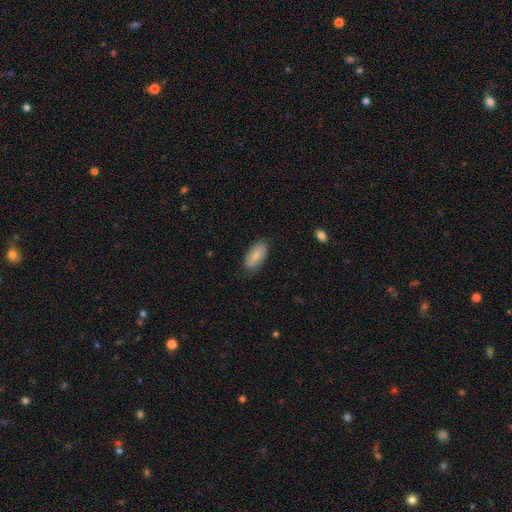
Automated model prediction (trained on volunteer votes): Overall: smooth (81%). How rounded: in between (90%). Merging: none (79%).